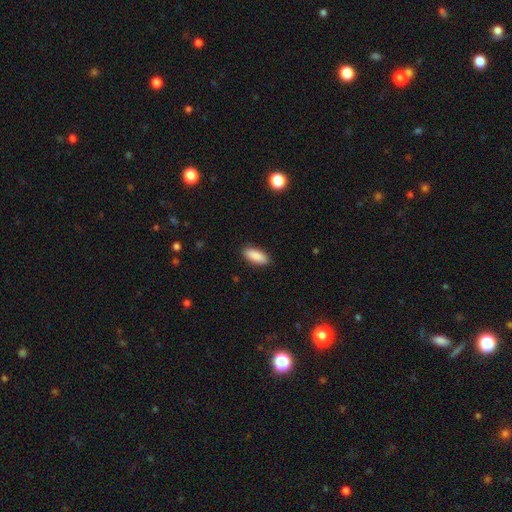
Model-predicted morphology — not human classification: This is clearly a smooth galaxy (90%). How rounded: clearly in between (81%). Merging: clearly none (88%).